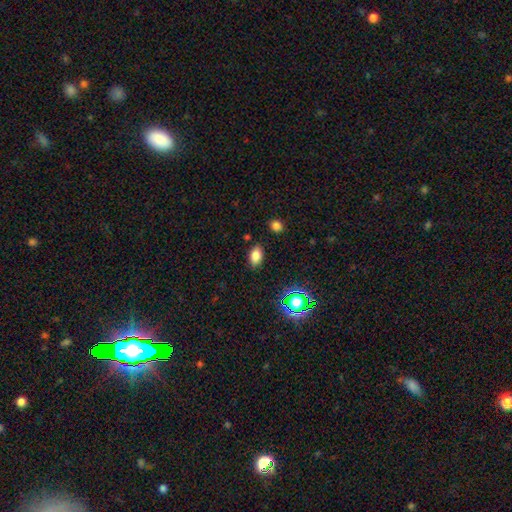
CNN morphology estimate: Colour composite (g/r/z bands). It shows a smooth galaxy with no disk features (79%) that is in between round and cigar-shaped (87%). Merging: none (84%).